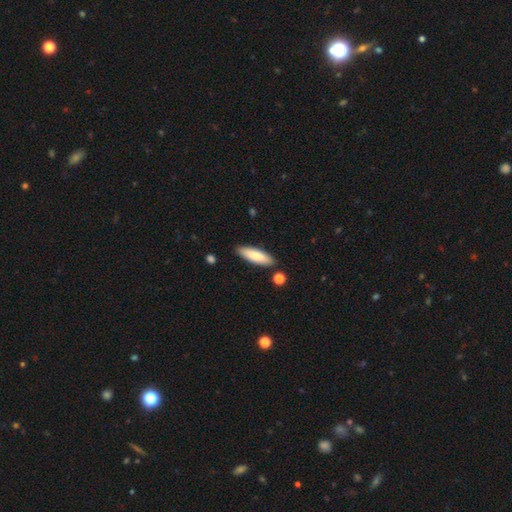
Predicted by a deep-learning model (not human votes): smooth_or_featured: smooth (p=0.81) [alt: featured or disk p=0.14]
how_rounded: cigar-shaped (p=0.59) [alt: in between p=0.40]
merging: none (p=0.87) [alt: minor disturbance p=0.09]